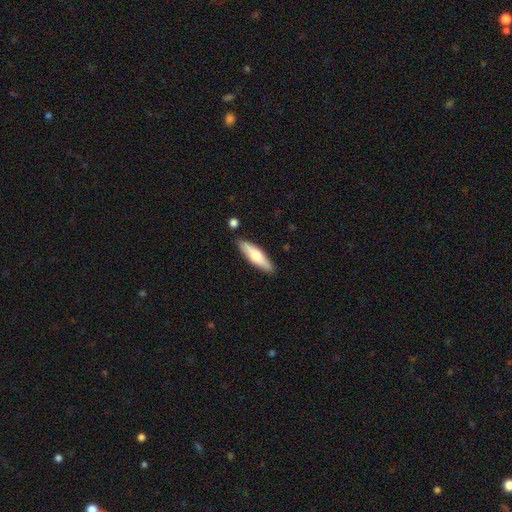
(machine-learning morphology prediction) This appears to be a smooth galaxy with no disk features (61%) that is cigar-shaped (63%). Merging: none (85%).